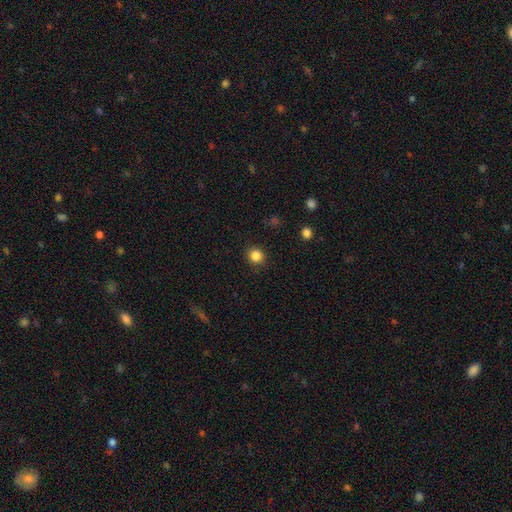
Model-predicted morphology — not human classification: Overall: smooth (85%). How rounded: round (86%). Merging: none (90%).